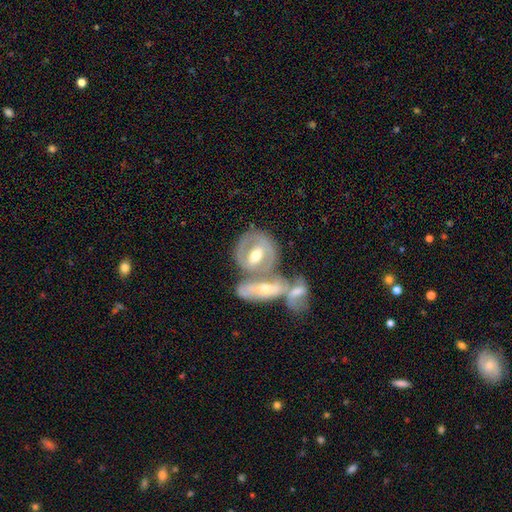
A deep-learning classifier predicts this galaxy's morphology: Smooth or featured?
  - featured or disk: 69% *
  - smooth: 26%
  - star or artifact: 5%
Edge-on disk?
  - no: 91% *
  - yes: 9%
Bar?
  - weak: 40% *
  - strong: 33%
  - no: 27%
Spiral arms?
  - yes: 54% *
  - no: 46%
Bulge size?
  - moderate: 75% *
  - small: 16%
  - large: 6%
  - none: 1%
  - dominant: 1%
Merging?
  - merger: 48% *
  - none: 35%
  - minor disturbance: 11%
  - major disturbance: 6%